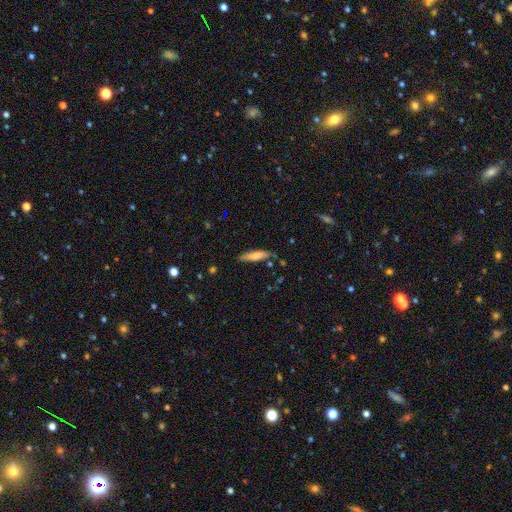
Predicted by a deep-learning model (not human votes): smooth_or_featured: smooth (p=0.74) [alt: featured or disk p=0.20]
how_rounded: cigar-shaped (p=0.76) [alt: in between p=0.22]
merging: none (p=0.80) [alt: minor disturbance p=0.15]